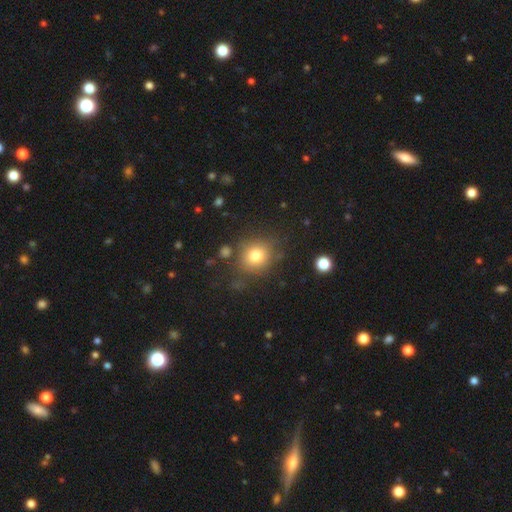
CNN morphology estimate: The model was most divided on "merging": none: 76%, minor disturbance: 13%, major disturbance: 6%, merger: 5%. More confident: how rounded — round (81%); smooth or featured — smooth (78%).